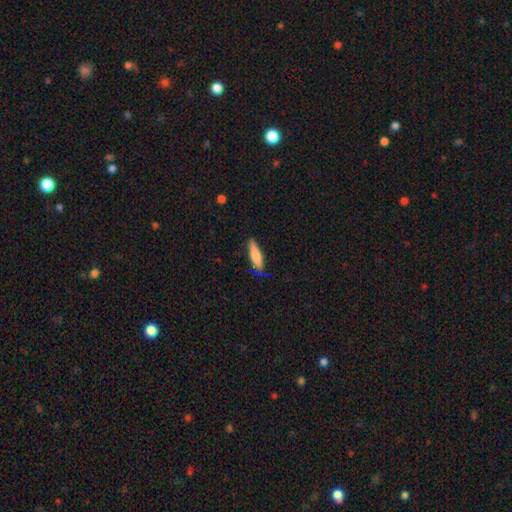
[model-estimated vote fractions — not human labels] Q: Smooth or featured?
A: smooth (75%); runner-up: featured or disk (19%)
Q: How rounded?
A: cigar-shaped (71%); runner-up: in between (28%)
Q: Merging?
A: none (68%); runner-up: minor disturbance (24%)